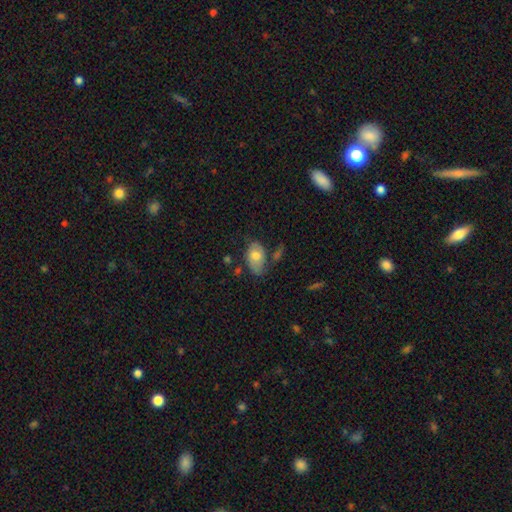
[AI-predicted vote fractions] This appears to be a smooth galaxy with no disk features (68%) that is in between round and cigar-shaped (90%). Merging: none (52%).